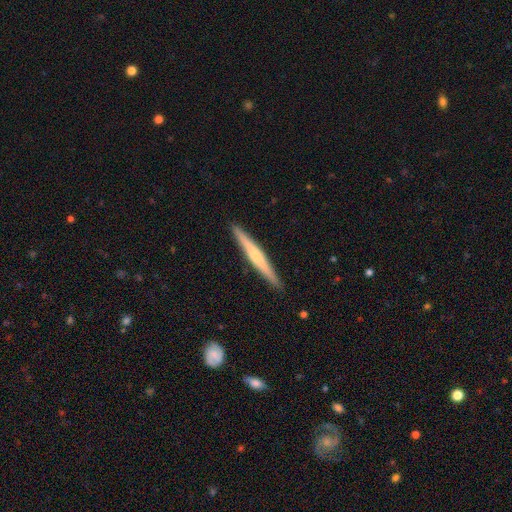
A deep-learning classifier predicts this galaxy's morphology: smooth_or_featured: featured or disk (p=0.52) [alt: smooth p=0.43]
disk_edge_on: yes (p=0.98) [alt: no p=0.02]
edge_on_bulge: none (p=0.45) [alt: rounded p=0.43]
merging: none (p=0.92) [alt: minor disturbance p=0.06]